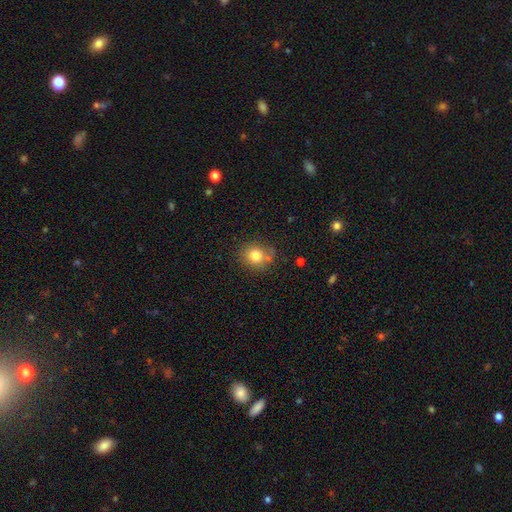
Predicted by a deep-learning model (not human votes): smooth_or_featured: smooth (p=0.79) [alt: star or artifact p=0.12]
how_rounded: round (p=0.82) [alt: in between p=0.18]
merging: none (p=0.72) [alt: minor disturbance p=0.16]